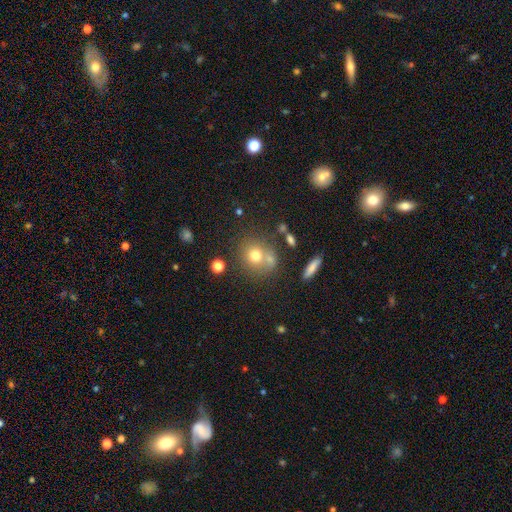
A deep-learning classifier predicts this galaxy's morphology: smooth_or_featured: smooth (p=0.71) [alt: featured or disk p=0.15]
how_rounded: round (p=0.83) [alt: in between p=0.16]
merging: none (p=0.58) [alt: merger p=0.26]